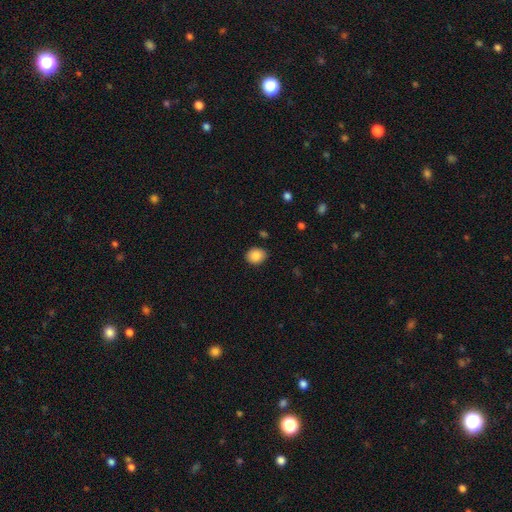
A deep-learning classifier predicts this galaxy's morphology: smooth 86%, star or artifact 8%, featured or disk 5%. Down the decision tree: how rounded — round (67%); merging — none (87%).